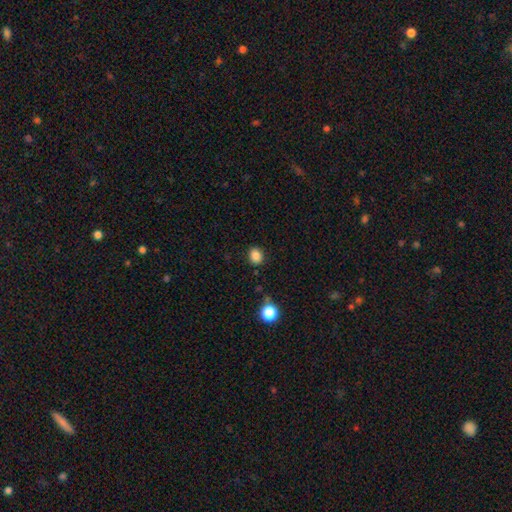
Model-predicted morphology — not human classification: smooth_or_featured: smooth (p=0.85) [alt: star or artifact p=0.11]
how_rounded: round (p=0.65) [alt: in between p=0.34]
merging: none (p=0.87) [alt: minor disturbance p=0.08]